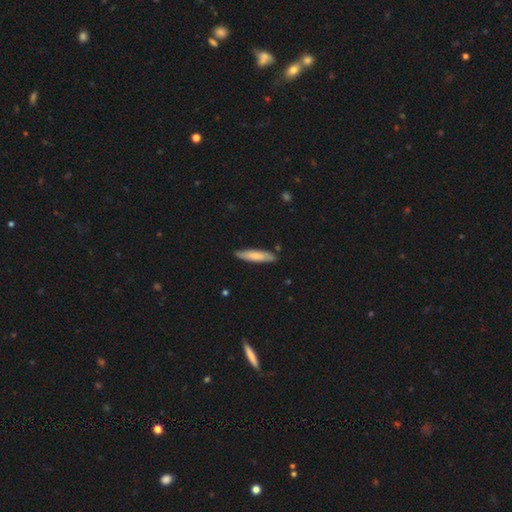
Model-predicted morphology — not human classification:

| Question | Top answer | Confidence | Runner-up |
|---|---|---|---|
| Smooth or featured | smooth | 75% | featured or disk (20%) |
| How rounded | cigar-shaped | 80% | in between (19%) |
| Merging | none | 86% | minor disturbance (11%) |